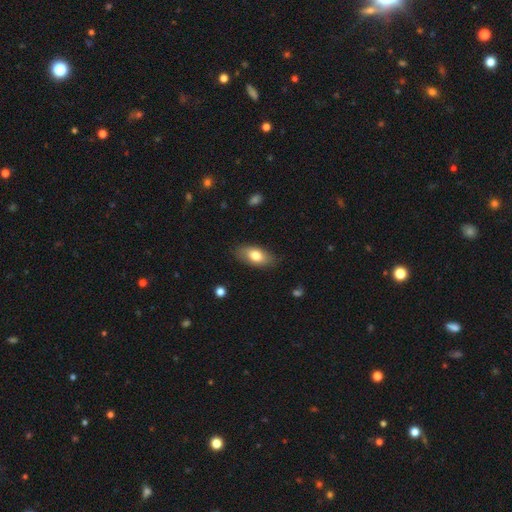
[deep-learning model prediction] Smooth or featured? Predicted: smooth (p=0.75). How rounded? Predicted: in between (p=0.89). Merging? Predicted: none (p=0.84).